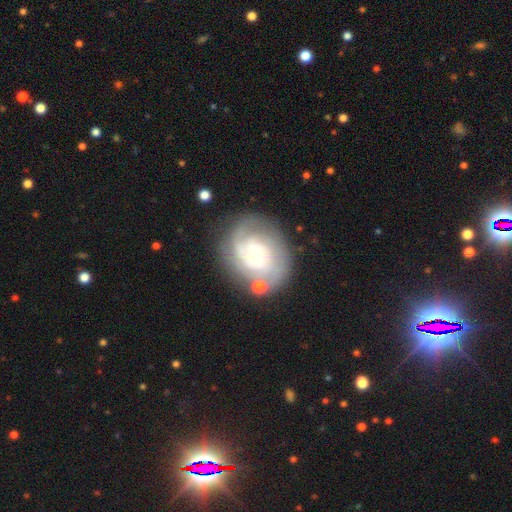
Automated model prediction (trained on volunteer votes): Morphology: type=featured or disk (76%); edge-on=no (97%); bar=no (75%); spiral arms=yes (89%); winding=tight (63%); arm count=can't tell (34%); bulge=small (58%); merging=none (71%).